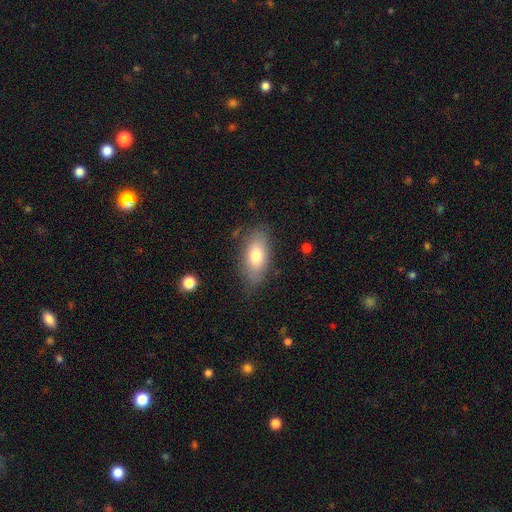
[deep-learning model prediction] smooth 76%, featured or disk 17%, star or artifact 7%. Down the decision tree: how rounded — in between (89%); merging — none (77%).